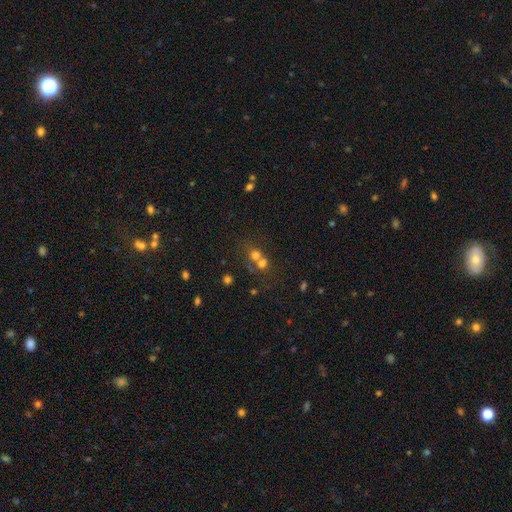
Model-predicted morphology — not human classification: smooth 66%, star or artifact 18%, featured or disk 16%. Down the decision tree: how rounded — round (78%); merging — merger (57%).